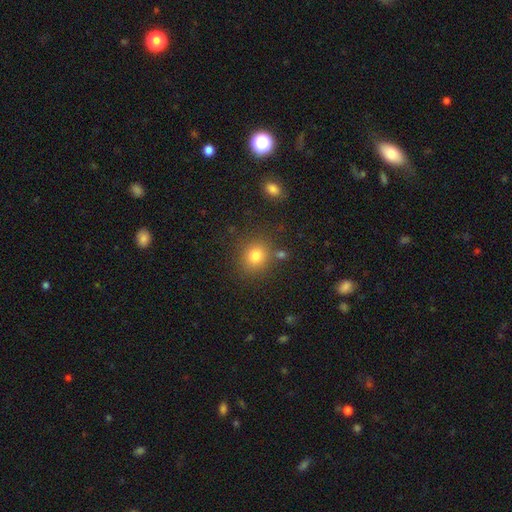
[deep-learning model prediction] The model was most divided on "how rounded": round: 76%, in between: 23%, cigar-shaped: 1%. More confident: smooth or featured — smooth (80%); merging — none (79%).